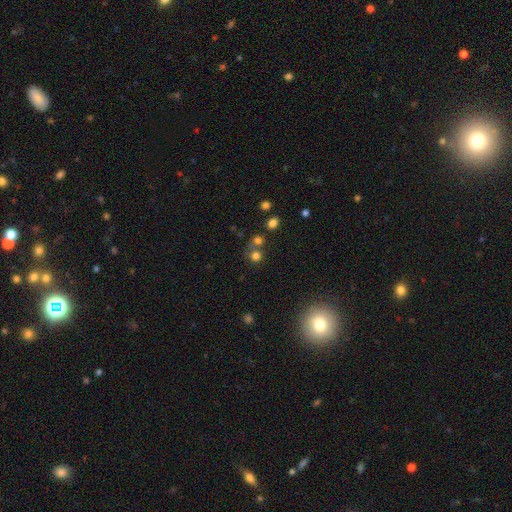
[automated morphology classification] Smooth or featured?
  - smooth: 71% *
  - star or artifact: 21%
  - featured or disk: 8%
How rounded?
  - round: 88% *
  - in between: 11%
  - cigar-shaped: 1%
Merging?
  - none: 61% *
  - merger: 27%
  - minor disturbance: 8%
  - major disturbance: 4%